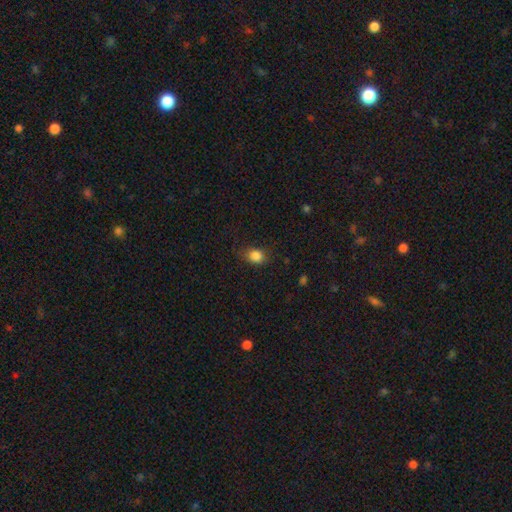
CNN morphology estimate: This is clearly a smooth galaxy (85%). How rounded: possibly round (50%). Merging: likely none (70%).